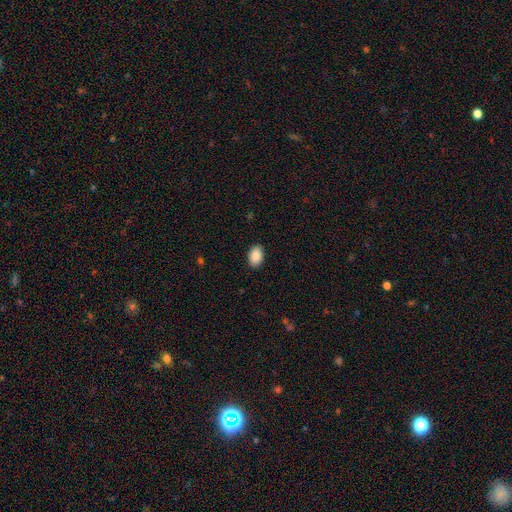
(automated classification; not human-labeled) Smooth or featured? smooth (89%)
How rounded? in between (88%)
Merging? none (88%)